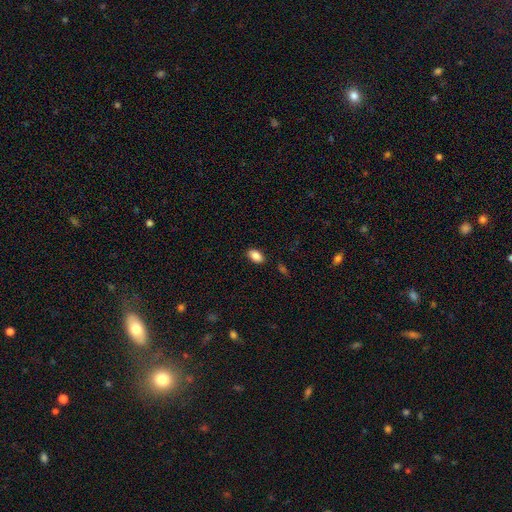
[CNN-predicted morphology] Smooth or featured? smooth (88%)
How rounded? in between (92%)
Merging? none (87%)